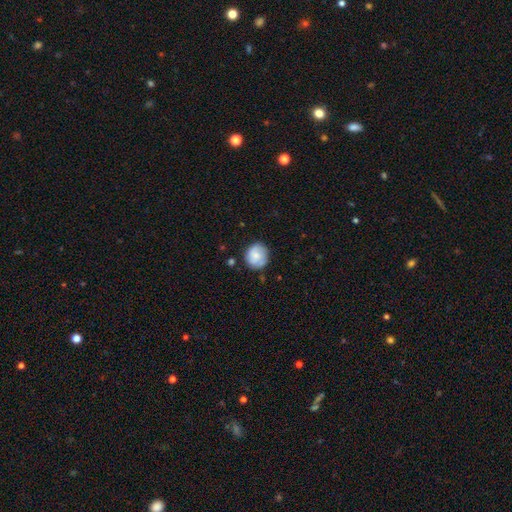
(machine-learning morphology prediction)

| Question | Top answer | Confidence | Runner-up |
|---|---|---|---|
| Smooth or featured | smooth | 65% | featured or disk (28%) |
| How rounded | round | 84% | in between (15%) |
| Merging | none | 77% | minor disturbance (16%) |